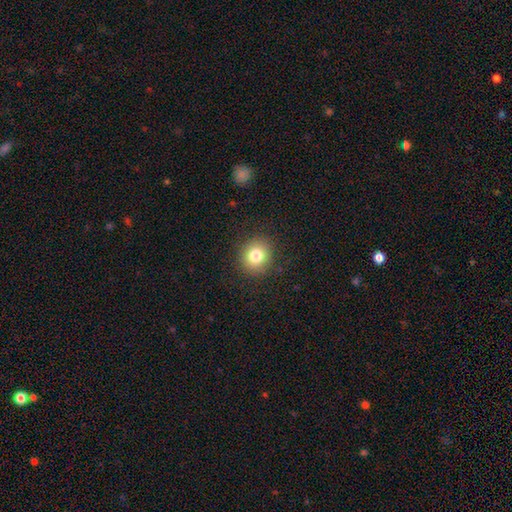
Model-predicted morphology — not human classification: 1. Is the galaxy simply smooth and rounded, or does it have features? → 80% smooth, 11% star or artifact, 9% featured or disk.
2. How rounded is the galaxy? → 84% round, 15% in between, 1% cigar-shaped.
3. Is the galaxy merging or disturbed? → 88% none, 8% minor disturbance, 3% major disturbance, 1% merger.